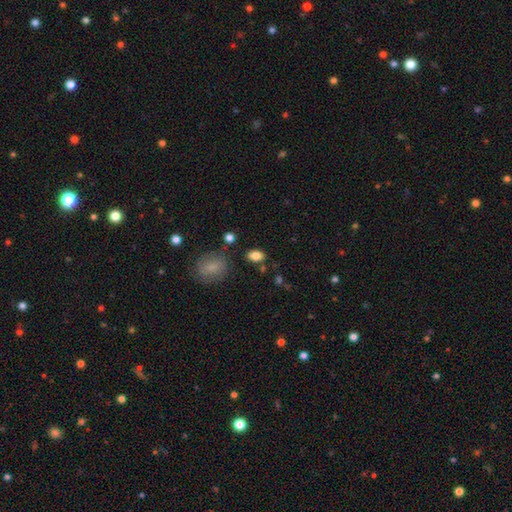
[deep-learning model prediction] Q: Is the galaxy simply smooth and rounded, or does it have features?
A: smooth — 84%.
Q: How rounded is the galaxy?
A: in between — 87%.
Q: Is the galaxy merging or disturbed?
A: none — 81%.